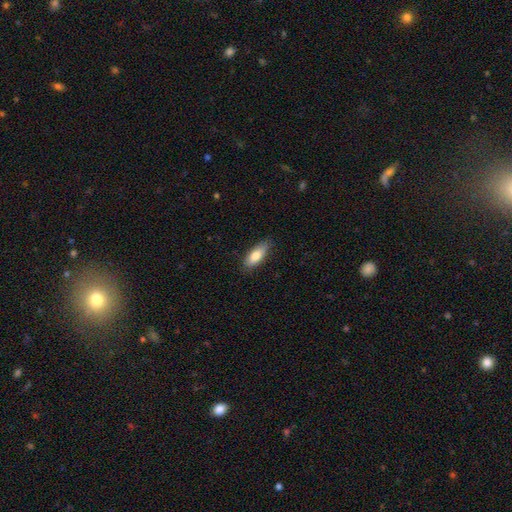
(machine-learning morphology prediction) This appears to be a smooth galaxy with no disk features (79%) that is in between round and cigar-shaped (72%). Merging: none (84%).